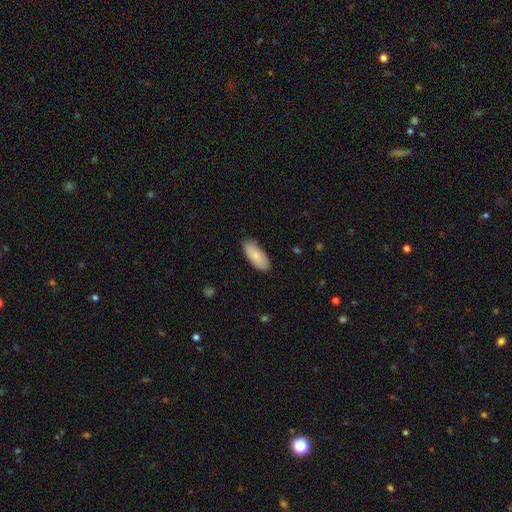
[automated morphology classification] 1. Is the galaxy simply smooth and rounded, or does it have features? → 85% smooth, 10% featured or disk, 5% star or artifact.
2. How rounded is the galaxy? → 87% in between, 11% cigar-shaped, 2% round.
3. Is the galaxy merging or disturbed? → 84% none, 13% minor disturbance, 2% major disturbance, 1% merger.